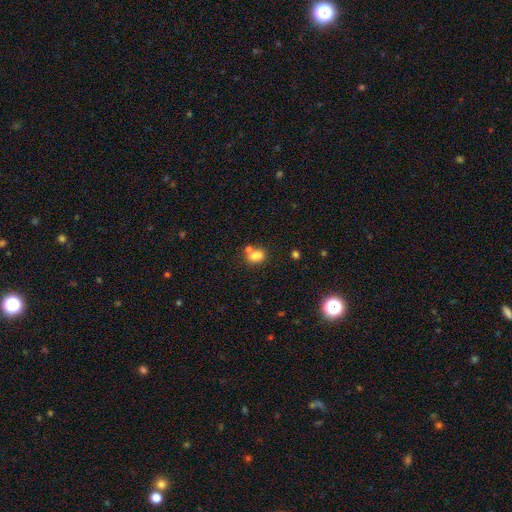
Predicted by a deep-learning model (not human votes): This is likely a smooth galaxy (77%). How rounded: likely in between (70%). Merging: marginally none (45%).